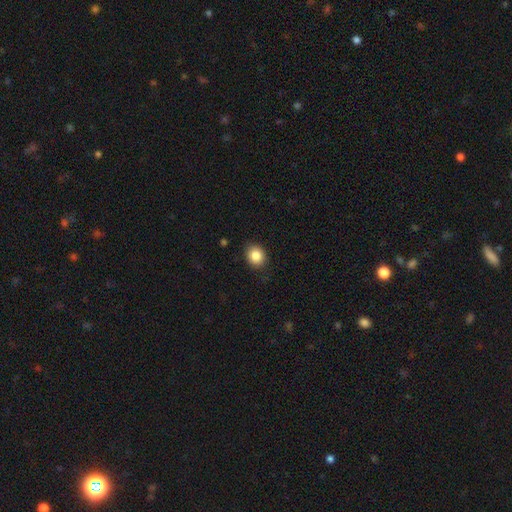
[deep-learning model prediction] A smooth galaxy with no disk features (86%) that is round (65%). Merging: none (87%).